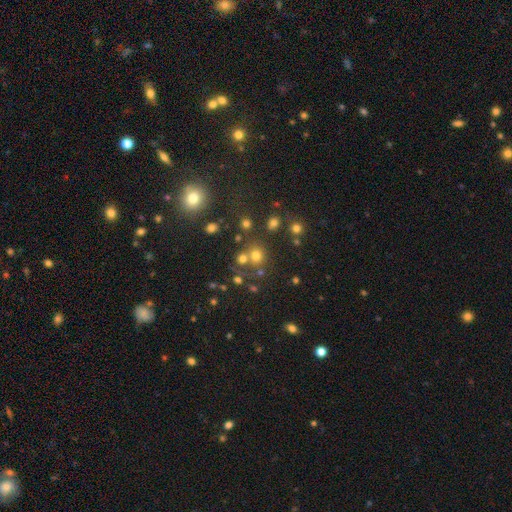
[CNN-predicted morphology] Q: Smooth or featured?
A: smooth (67%); runner-up: star or artifact (23%)
Q: How rounded?
A: round (85%); runner-up: in between (14%)
Q: Merging?
A: none (63%); runner-up: merger (22%)